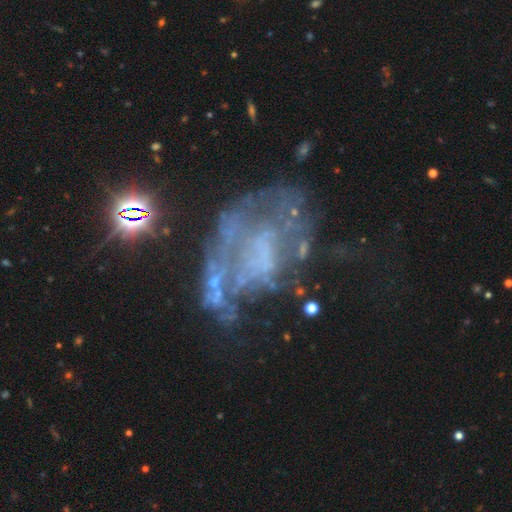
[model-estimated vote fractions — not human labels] Q: Smooth or featured?
A: featured or disk (68%); runner-up: star or artifact (18%)
Q: Edge-on disk?
A: no (97%); runner-up: yes (3%)
Q: Bar?
A: no (79%); runner-up: weak (15%)
Q: Spiral arms?
A: no (70%); runner-up: yes (30%)
Q: Bulge size?
A: none (72%); runner-up: small (14%)
Q: Merging?
A: major disturbance (37%); runner-up: none (34%)